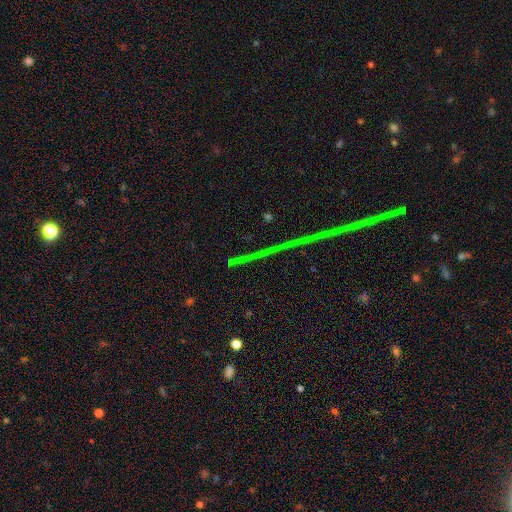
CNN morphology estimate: This appears to be a star or artifact, not a galaxy (82%).